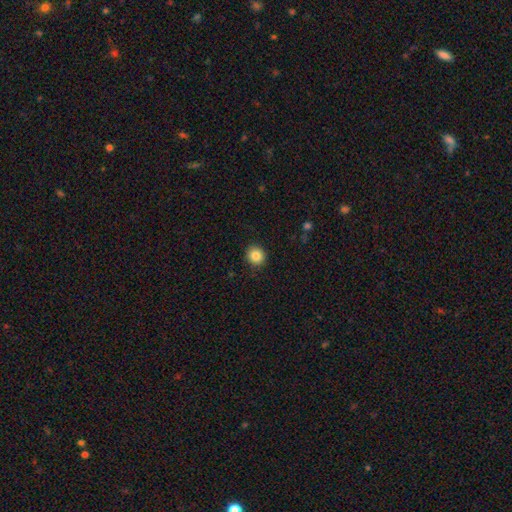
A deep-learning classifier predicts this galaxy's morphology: type=smooth (85%); roundness=round (88%); merging=none (91%).